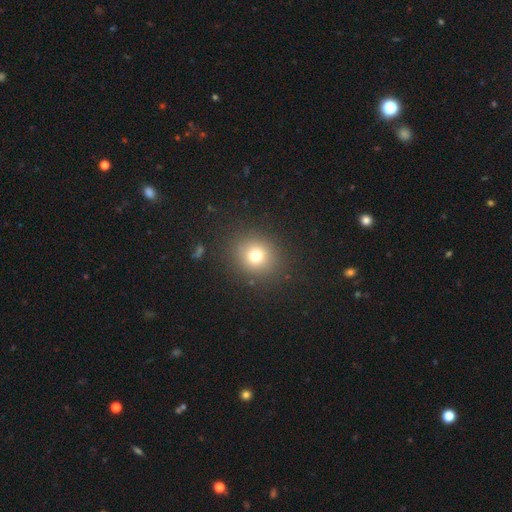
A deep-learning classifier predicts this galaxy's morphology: The model was most divided on "smooth or featured": smooth: 73%, star or artifact: 16%, featured or disk: 10%. More confident: merging — none (87%); how rounded — round (84%).